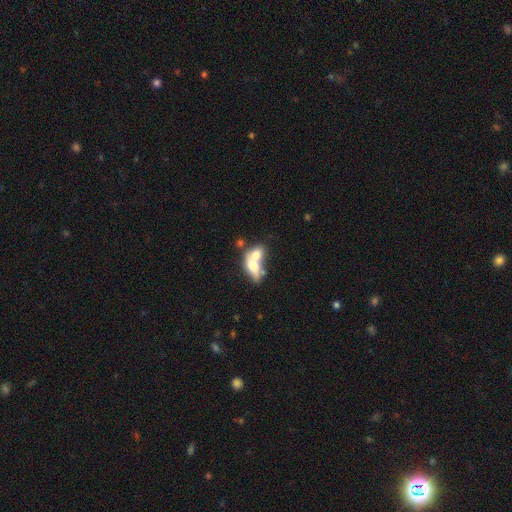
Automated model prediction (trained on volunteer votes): smooth_or_featured: smooth (p=0.62) [alt: featured or disk p=0.29]
how_rounded: in between (p=0.77) [alt: round p=0.17]
merging: merger (p=0.74) [alt: none p=0.14]